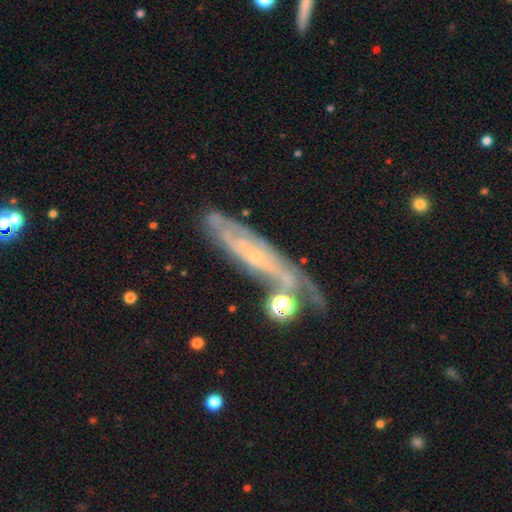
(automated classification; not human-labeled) Smooth or featured? Predicted: featured or disk (p=0.77). Edge-on disk? Predicted: no (p=0.67). Bar? Predicted: no (p=0.68). Spiral arms? Predicted: yes (p=0.86). Bulge size? Predicted: small (p=0.81). Merging? Predicted: none (p=0.60).